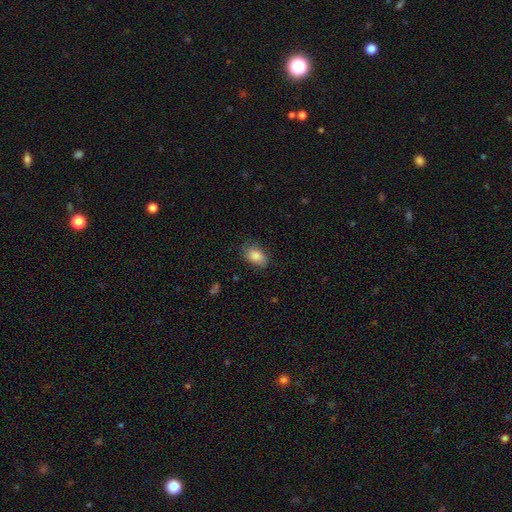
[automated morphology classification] The model was most divided on "merging": none: 74%, minor disturbance: 20%, major disturbance: 5%, merger: 1%. More confident: how rounded — in between (87%); smooth or featured — smooth (84%).